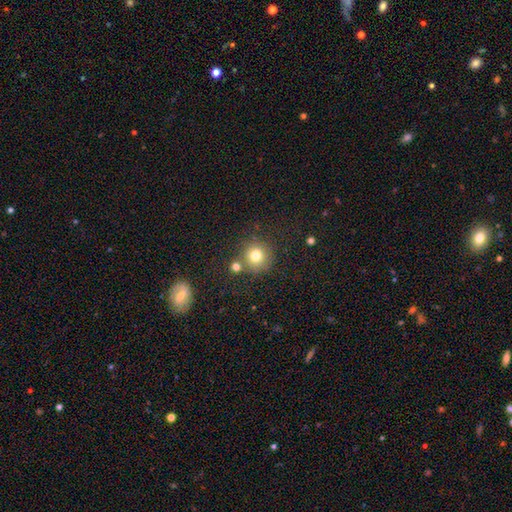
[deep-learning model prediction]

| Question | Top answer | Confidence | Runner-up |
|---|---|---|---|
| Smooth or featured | smooth | 77% | star or artifact (13%) |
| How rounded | round | 93% | in between (6%) |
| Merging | none | 73% | merger (13%) |